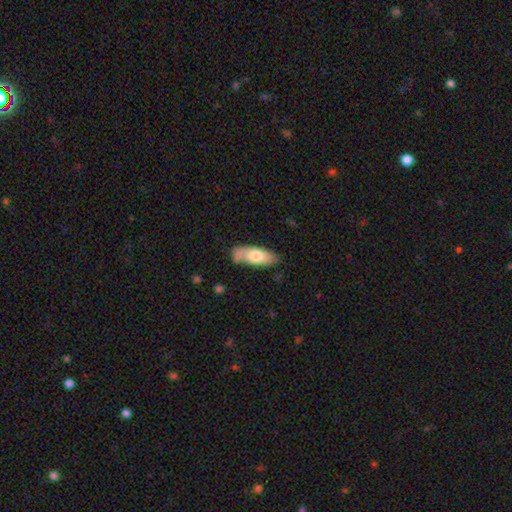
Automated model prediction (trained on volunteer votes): smooth-or-featured: smooth: 69% | featured or disk: 26% | star or artifact: 6%
  how-rounded: in between: 75% | cigar-shaped: 22% | round: 2%
  merging: none: 61% | minor disturbance: 26% | major disturbance: 7% | merger: 6%